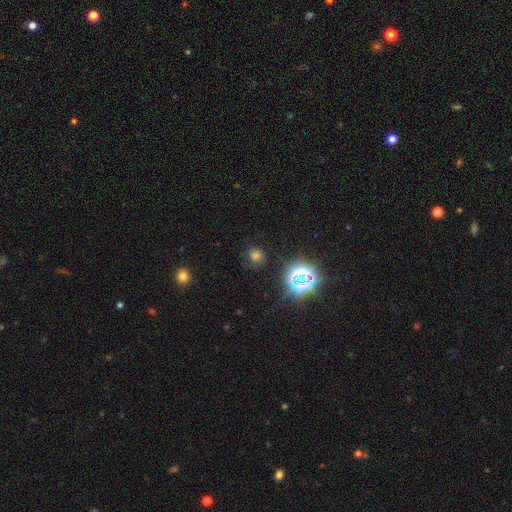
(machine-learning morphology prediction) This is possibly a smooth galaxy (58%). How rounded: clearly round (83%). Merging: likely none (79%).